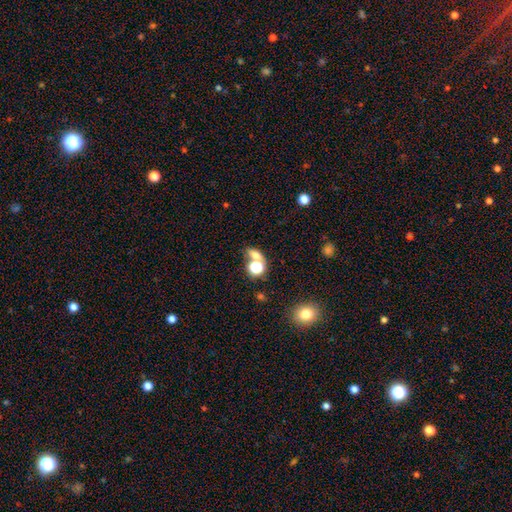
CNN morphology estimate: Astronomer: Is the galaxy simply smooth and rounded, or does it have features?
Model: smooth — 63%.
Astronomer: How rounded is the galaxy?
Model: in between — 55% (runner-up: round, 38%).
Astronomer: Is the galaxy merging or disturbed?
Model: none — 49% (runner-up: merger, 36%).